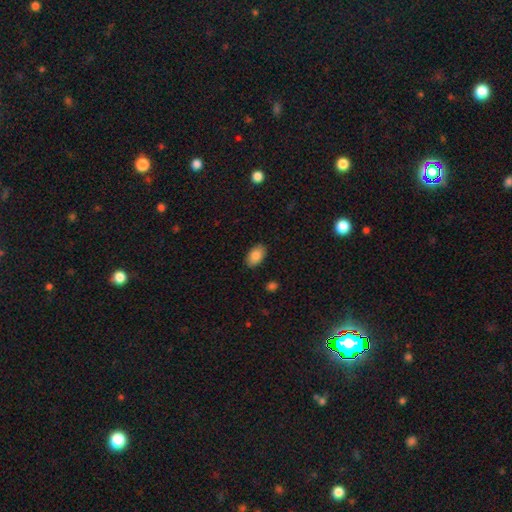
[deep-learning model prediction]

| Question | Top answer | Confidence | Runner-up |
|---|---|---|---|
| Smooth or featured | smooth | 86% | star or artifact (7%) |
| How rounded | in between | 92% | round (7%) |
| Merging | none | 88% | minor disturbance (9%) |